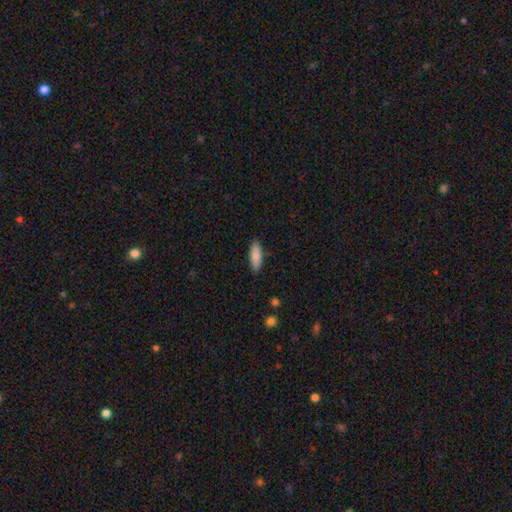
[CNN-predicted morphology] A smooth galaxy with no disk features (88%) that is in between round and cigar-shaped (59%). Merging: none (87%).